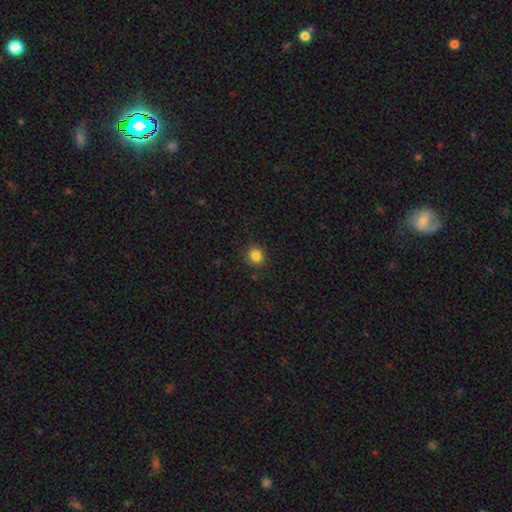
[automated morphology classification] Smooth or featured?
  - smooth: 85% *
  - star or artifact: 11%
  - featured or disk: 4%
How rounded?
  - round: 90% *
  - in between: 9%
  - cigar-shaped: 1%
Merging?
  - none: 90% *
  - minor disturbance: 6%
  - major disturbance: 2%
  - merger: 1%